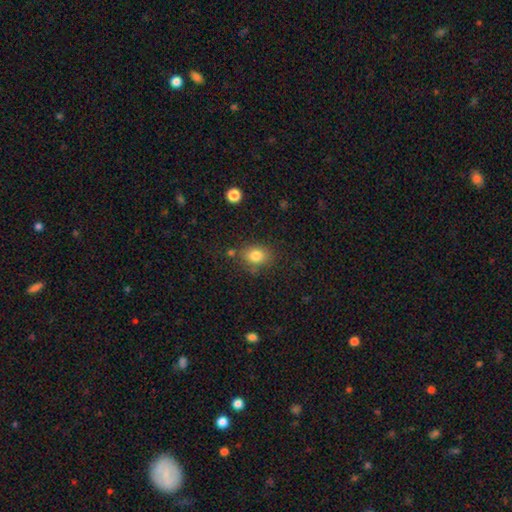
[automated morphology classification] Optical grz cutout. It shows a smooth galaxy with no disk features (81%) that is in between round and cigar-shaped (58%). Merging: none (76%).